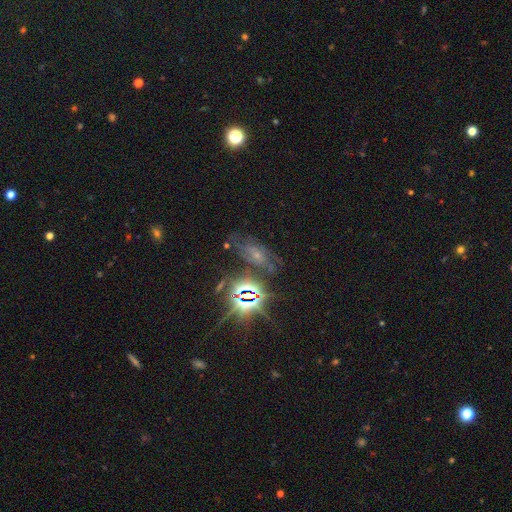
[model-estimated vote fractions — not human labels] Q: Smooth or featured?
A: star or artifact (45%); runner-up: featured or disk (39%)